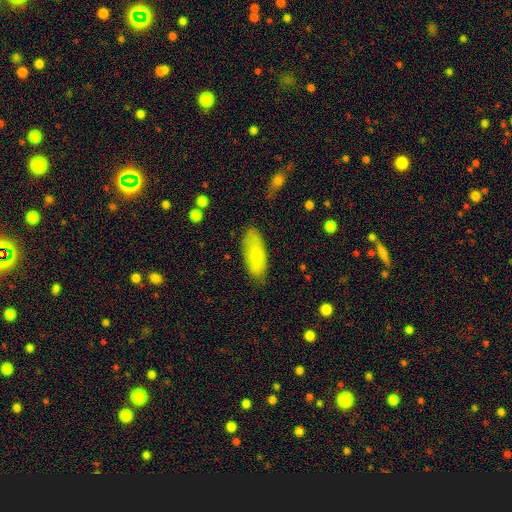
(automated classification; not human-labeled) smooth-or-featured: smooth: 82% | featured or disk: 12% | star or artifact: 6%
  how-rounded: in between: 79% | cigar-shaped: 19% | round: 2%
  merging: none: 80% | minor disturbance: 15% | major disturbance: 3% | merger: 1%